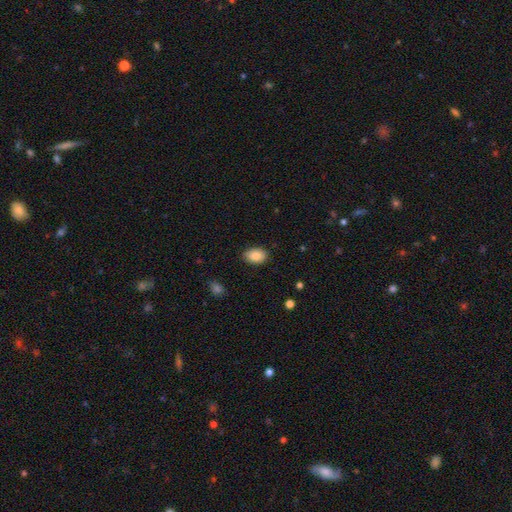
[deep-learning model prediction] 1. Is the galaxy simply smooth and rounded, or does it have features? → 87% smooth, 8% star or artifact, 5% featured or disk.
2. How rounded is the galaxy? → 84% in between, 15% round, 1% cigar-shaped.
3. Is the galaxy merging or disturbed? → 84% none, 13% minor disturbance, 2% major disturbance, 1% merger.